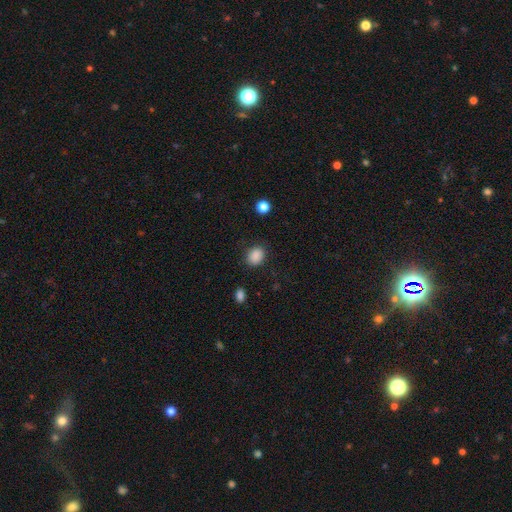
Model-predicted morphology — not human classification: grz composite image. It shows a smooth galaxy with no disk features (87%) that is in between round and cigar-shaped (52%). Merging: none (84%).